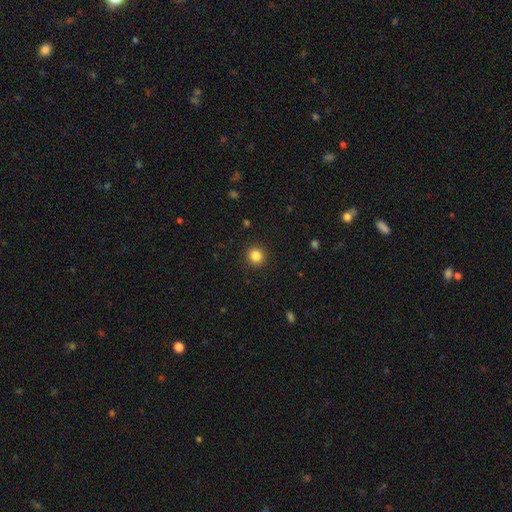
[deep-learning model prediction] A smooth galaxy with no disk features (84%) that is round (91%). Merging: none (91%).